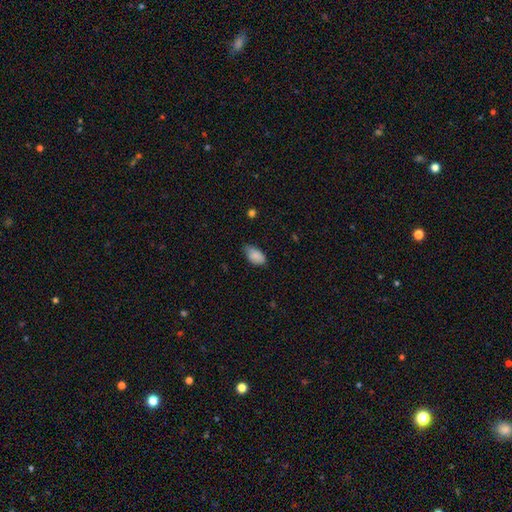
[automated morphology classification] smooth 87%, star or artifact 7%, featured or disk 6%. Down the decision tree: how rounded — in between (94%); merging — none (63%).